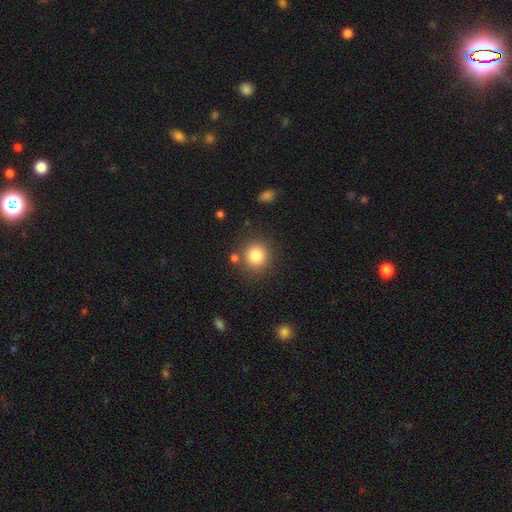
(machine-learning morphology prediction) Smooth or featured? smooth (84%)
How rounded? round (91%)
Merging? none (82%)